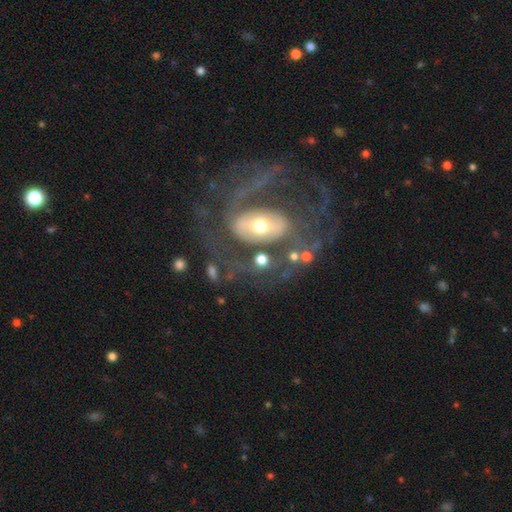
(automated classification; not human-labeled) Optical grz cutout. It shows a featured or disk galaxy (80%) with no bar (44%), 2 (52%) medium (42%) spiral arms (68%) and a moderate central bulge (52%). Merging: none (57%).